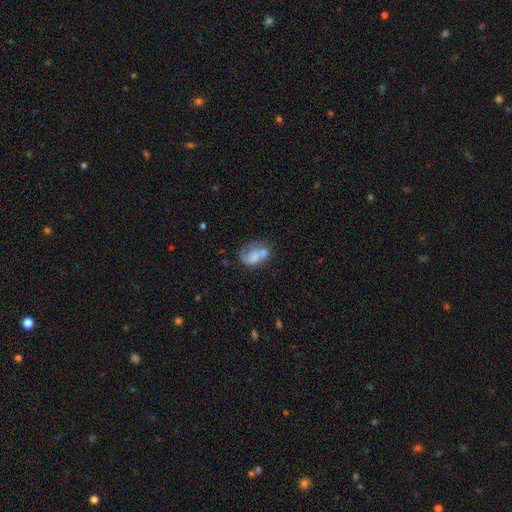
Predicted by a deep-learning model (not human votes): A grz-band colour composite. It shows a smooth galaxy with no disk features (53%) that is in between round and cigar-shaped (72%). Merging: merger (37%).